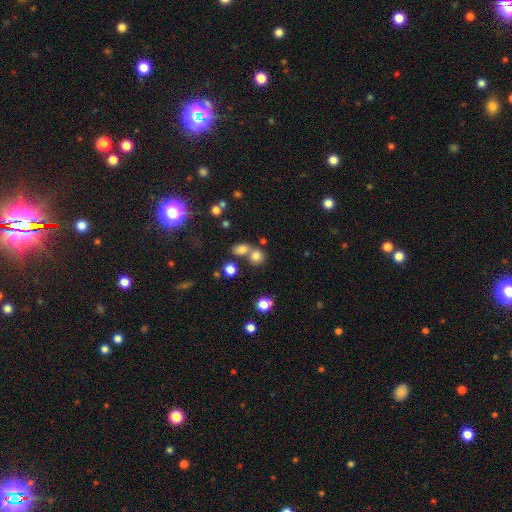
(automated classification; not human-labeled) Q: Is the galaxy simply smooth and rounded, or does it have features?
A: smooth — 77%.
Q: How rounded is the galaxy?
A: round — 77%.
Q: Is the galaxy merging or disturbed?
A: none — 50%.